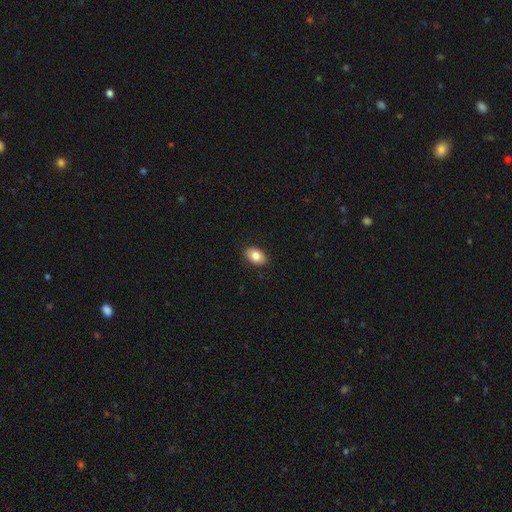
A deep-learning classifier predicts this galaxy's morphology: A smooth galaxy with no disk features (82%) that is in between round and cigar-shaped (88%). Merging: none (88%).